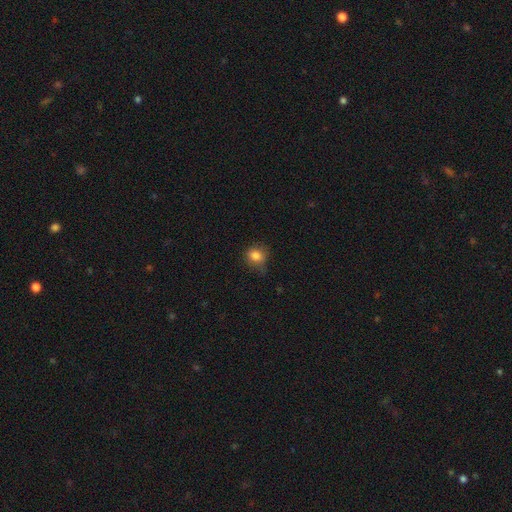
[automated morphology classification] smooth_or_featured: smooth (p=0.82) [alt: star or artifact p=0.11]
how_rounded: round (p=0.75) [alt: in between p=0.24]
merging: none (p=0.61) [alt: minor disturbance p=0.29]